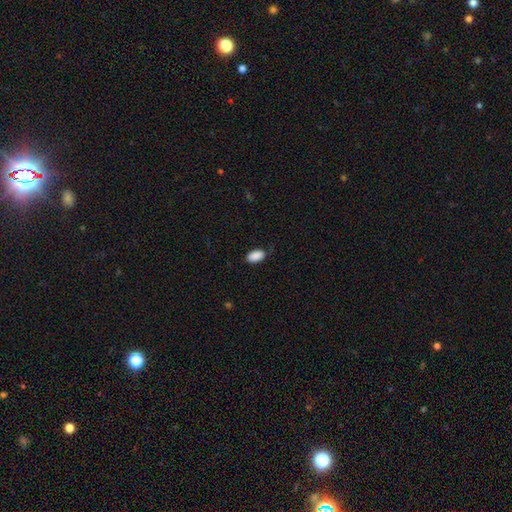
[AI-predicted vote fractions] Smooth or featured: smooth — 90% (star or artifact — 7%)
How rounded: in between — 94% (round — 4%)
Merging: none — 78% (minor disturbance — 18%)